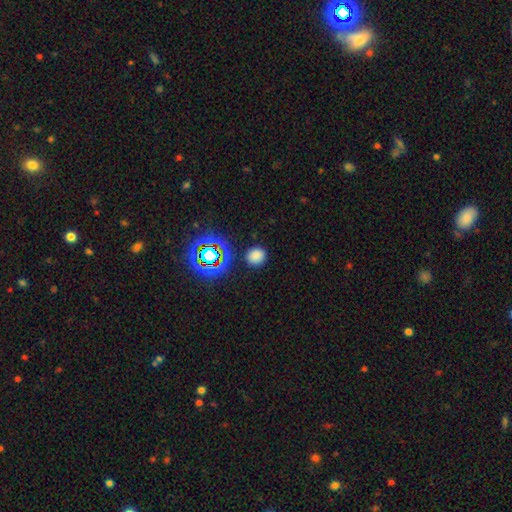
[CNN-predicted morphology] Q: Smooth or featured?
A: smooth (76%); runner-up: star or artifact (19%)
Q: How rounded?
A: round (84%); runner-up: in between (15%)
Q: Merging?
A: none (87%); runner-up: minor disturbance (8%)